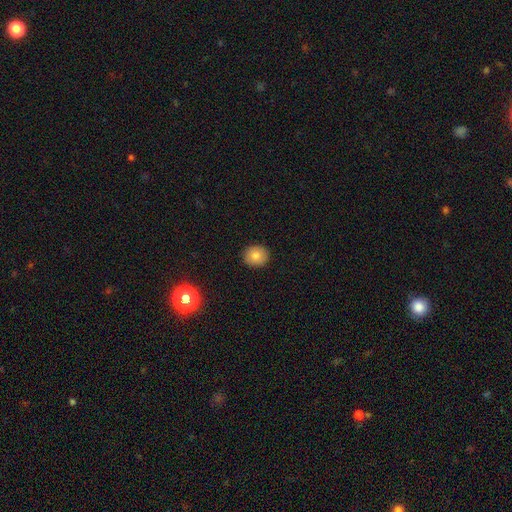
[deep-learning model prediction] A smooth galaxy with no disk features (81%) that is round (80%). Merging: none (91%).